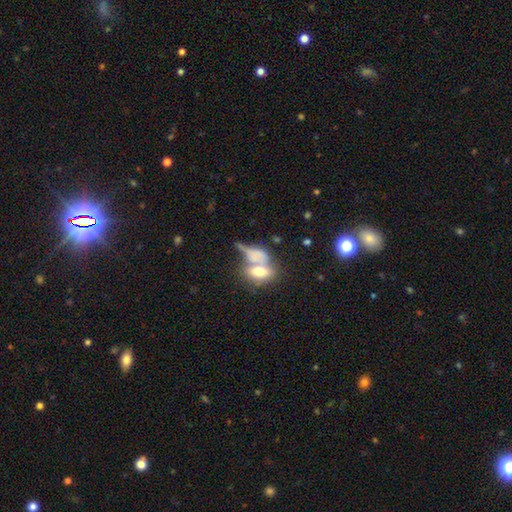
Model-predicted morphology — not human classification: This is likely a smooth galaxy (64%). How rounded: likely in between (72%). Merging: possibly merger (54%).